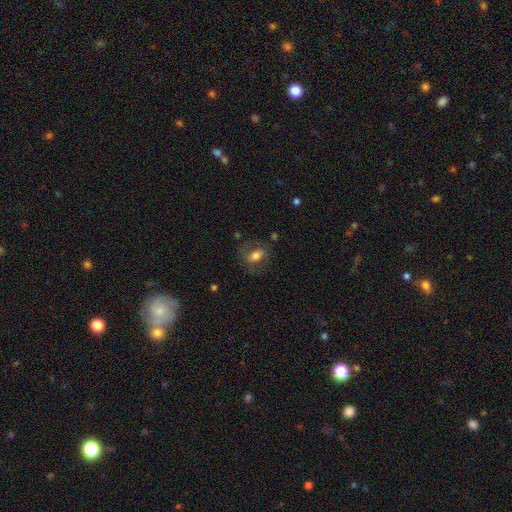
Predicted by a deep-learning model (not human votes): The model was most divided on "smooth or featured": smooth: 58%, featured or disk: 32%, star or artifact: 10%. More confident: how rounded — in between (73%); merging — none (64%).